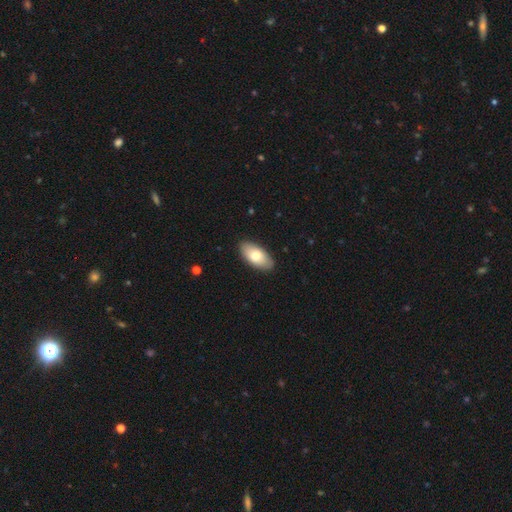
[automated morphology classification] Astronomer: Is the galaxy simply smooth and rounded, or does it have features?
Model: smooth — 78%.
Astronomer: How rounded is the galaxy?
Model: in between — 93%.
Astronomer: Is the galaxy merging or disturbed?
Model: none — 87%.